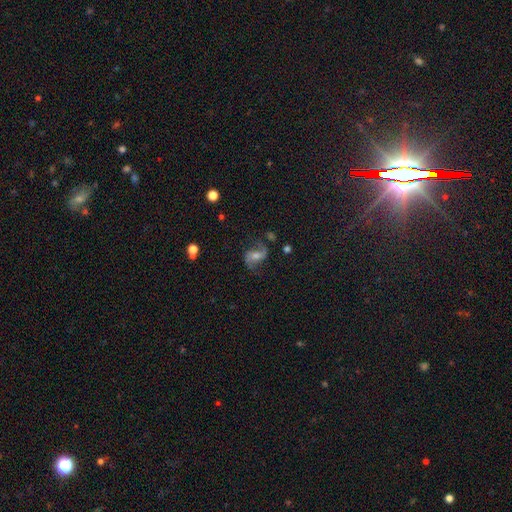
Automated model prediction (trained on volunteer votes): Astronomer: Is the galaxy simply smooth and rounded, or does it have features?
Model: featured or disk — 78%.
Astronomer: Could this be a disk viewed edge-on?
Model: no — 97%.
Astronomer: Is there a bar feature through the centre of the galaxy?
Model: weak — 44% (runner-up: no, 35%).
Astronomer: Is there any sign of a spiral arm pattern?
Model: yes — 95%.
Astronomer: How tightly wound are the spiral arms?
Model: loose — 60%.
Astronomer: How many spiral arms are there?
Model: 2 — 92%.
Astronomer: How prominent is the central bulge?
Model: moderate — 49% (runner-up: small, 32%).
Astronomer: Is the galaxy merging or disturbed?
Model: none — 70%.